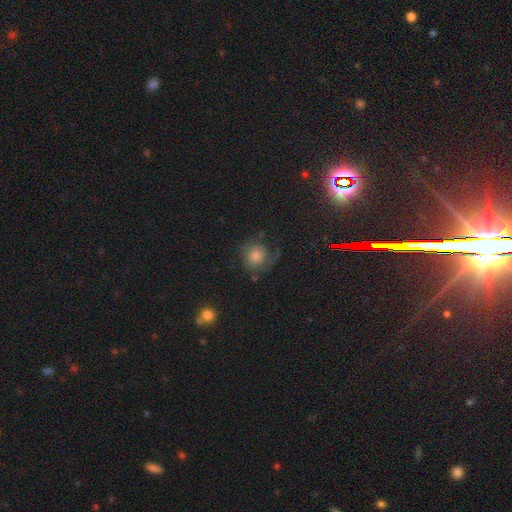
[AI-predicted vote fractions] The model was most divided on "smooth or featured": smooth: 45%, featured or disk: 34%, star or artifact: 21%. More confident: merging — none (61%).